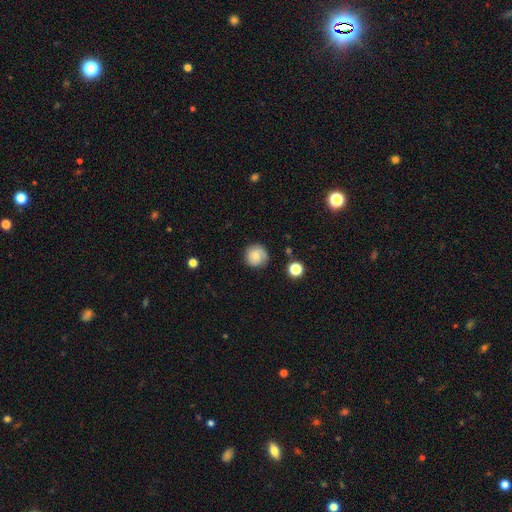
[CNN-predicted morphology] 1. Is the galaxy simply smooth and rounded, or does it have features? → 69% smooth, 22% featured or disk, 9% star or artifact.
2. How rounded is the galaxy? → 93% round, 7% in between, 1% cigar-shaped.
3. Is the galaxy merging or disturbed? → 80% none, 14% minor disturbance, 4% major disturbance, 2% merger.